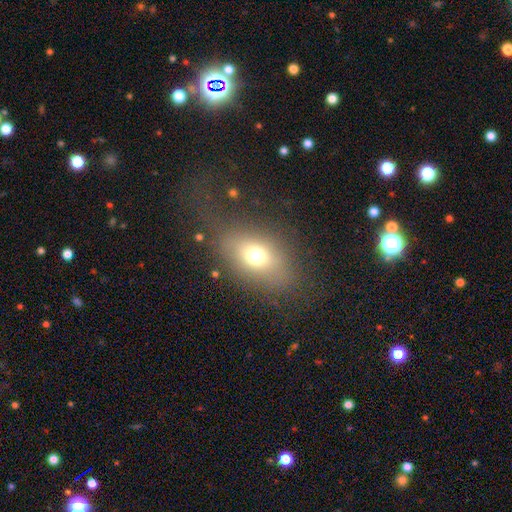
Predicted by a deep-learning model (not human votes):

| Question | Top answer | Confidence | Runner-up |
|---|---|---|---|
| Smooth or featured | smooth | 68% | featured or disk (16%) |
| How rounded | in between | 70% | round (27%) |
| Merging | none | 69% | minor disturbance (15%) |